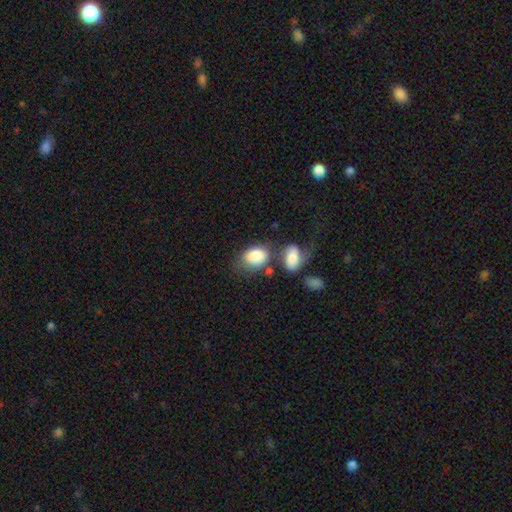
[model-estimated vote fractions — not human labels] Morphology: type=smooth (85%); roundness=in between (79%); merging=none (39%).